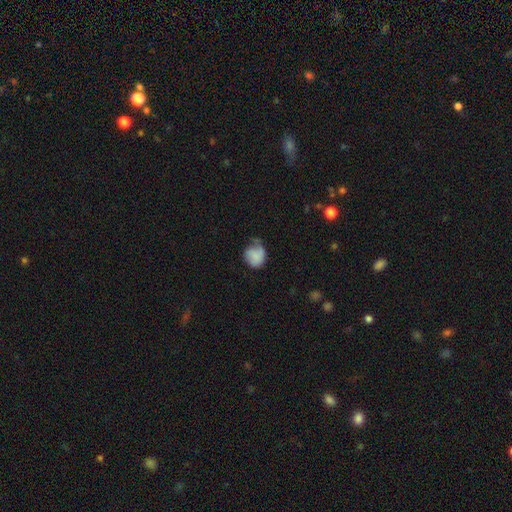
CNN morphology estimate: smooth_or_featured: smooth (p=0.72) [alt: featured or disk p=0.20]
how_rounded: round (p=0.68) [alt: in between p=0.31]
merging: minor disturbance (p=0.37) [alt: none p=0.36]